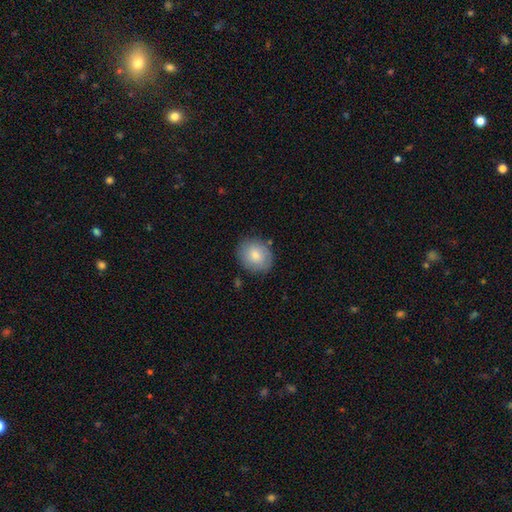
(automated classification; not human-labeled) A smooth galaxy with no disk features (77%) that is round (62%).

Vote fractions:
- Smooth or featured? smooth: 77% / featured or disk: 16% / star or artifact: 7%
- How rounded? round: 62% / in between: 37% / cigar-shaped: 1%
- Merging? none: 81% / minor disturbance: 14% / major disturbance: 3% / merger: 2%